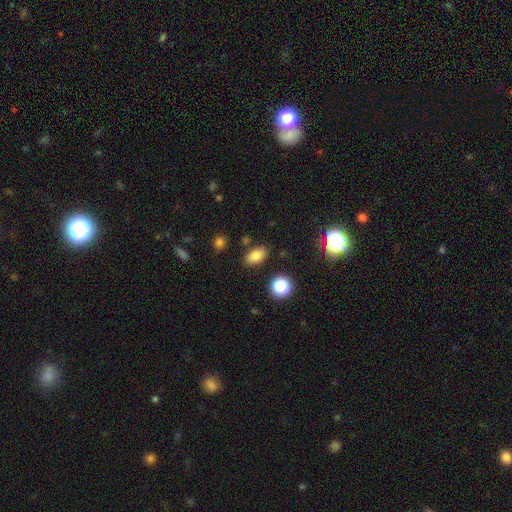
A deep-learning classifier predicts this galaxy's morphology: This appears to be a smooth galaxy with no disk features (82%) that is in between round and cigar-shaped (88%). Merging: none (84%).